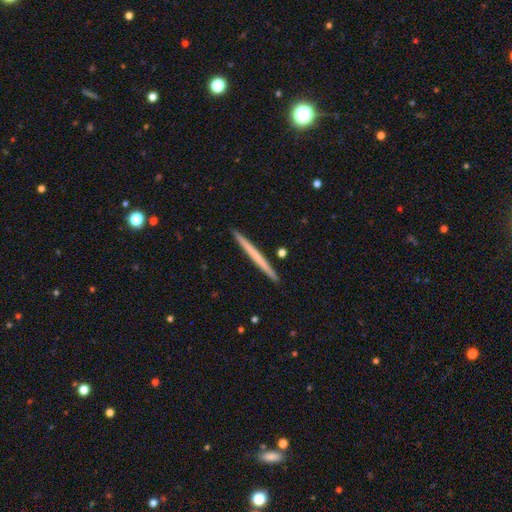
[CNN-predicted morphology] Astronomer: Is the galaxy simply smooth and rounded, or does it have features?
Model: smooth — 53% (runner-up: featured or disk, 42%).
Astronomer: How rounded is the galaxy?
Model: cigar-shaped — 98%.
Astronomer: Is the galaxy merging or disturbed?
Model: none — 93%.